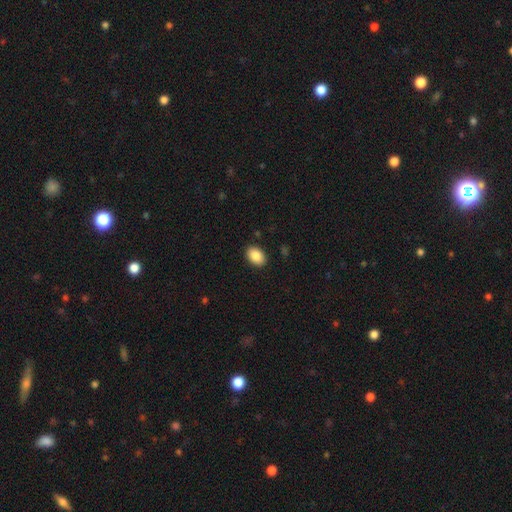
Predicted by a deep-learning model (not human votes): Morphology: type=smooth (89%); roundness=in between (85%); merging=none (89%).